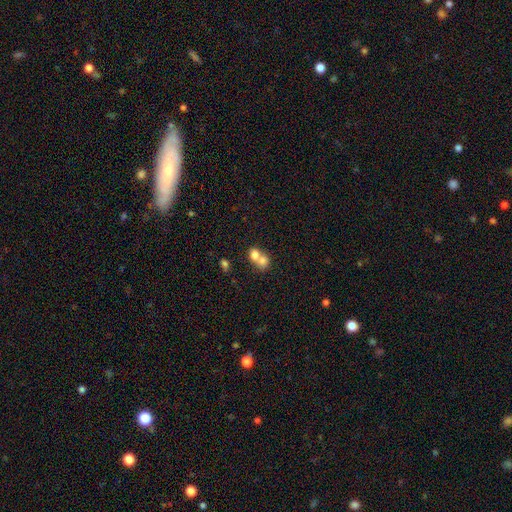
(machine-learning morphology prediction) Smooth or featured?
  - smooth: 74% *
  - featured or disk: 16%
  - star or artifact: 10%
How rounded?
  - round: 60% *
  - in between: 39%
  - cigar-shaped: 1%
Merging?
  - merger: 71% *
  - none: 22%
  - minor disturbance: 4%
  - major disturbance: 2%